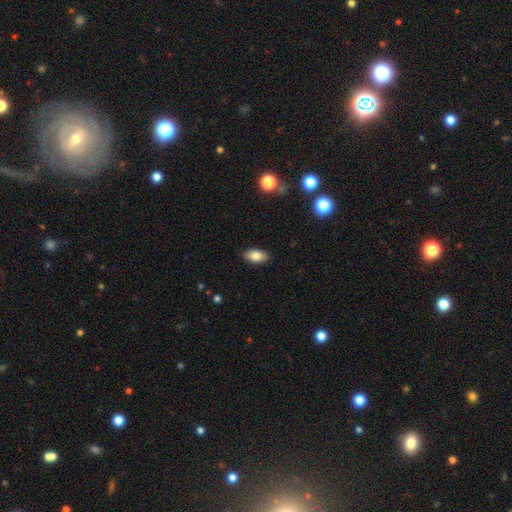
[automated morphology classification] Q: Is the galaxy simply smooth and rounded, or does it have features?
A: smooth — 83%.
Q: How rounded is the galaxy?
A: in between — 92%.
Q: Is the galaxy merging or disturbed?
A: none — 88%.